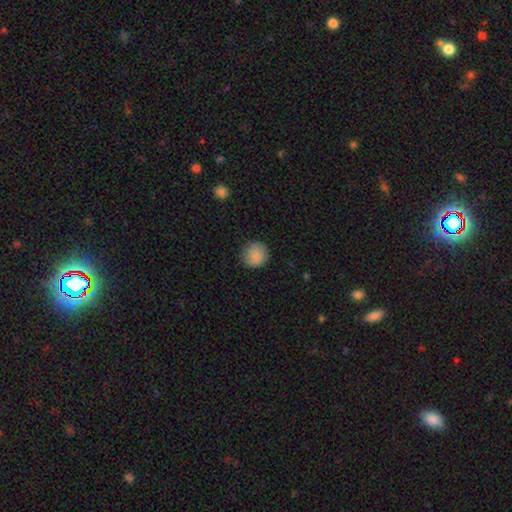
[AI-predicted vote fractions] This is clearly a smooth galaxy (88%). How rounded: clearly round (91%). Merging: clearly none (84%).